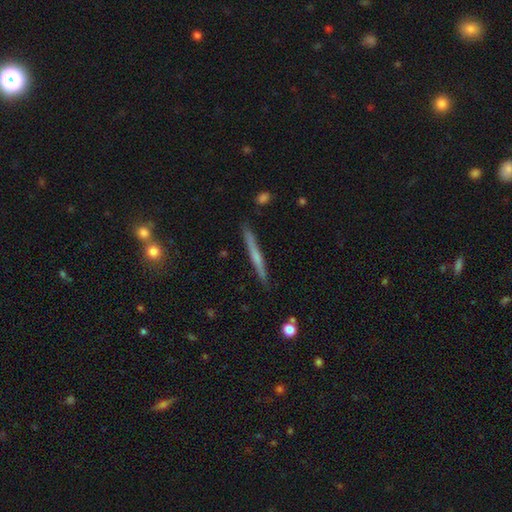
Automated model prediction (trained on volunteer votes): This appears to be a featured or disk galaxy (52%) viewed edge-on (97%) with no central bulge (64%). Merging: none (90%).